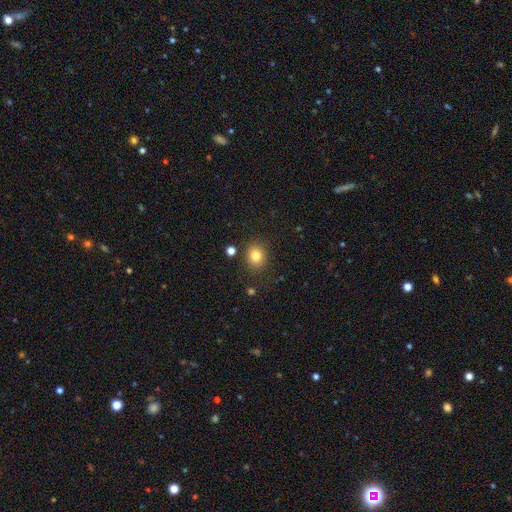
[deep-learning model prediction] Smooth or featured?
  - smooth: 81% *
  - star or artifact: 12%
  - featured or disk: 7%
How rounded?
  - round: 72% *
  - in between: 27%
  - cigar-shaped: 1%
Merging?
  - none: 84% *
  - minor disturbance: 9%
  - merger: 3%
  - major disturbance: 3%